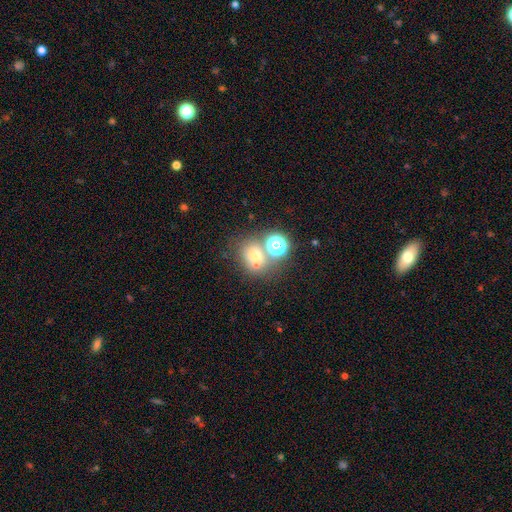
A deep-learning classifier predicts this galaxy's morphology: smooth-or-featured: smooth: 61% | star or artifact: 24% | featured or disk: 15%
  how-rounded: round: 61% | in between: 38% | cigar-shaped: 1%
  merging: none: 49% | merger: 33% | minor disturbance: 11% | major disturbance: 6%